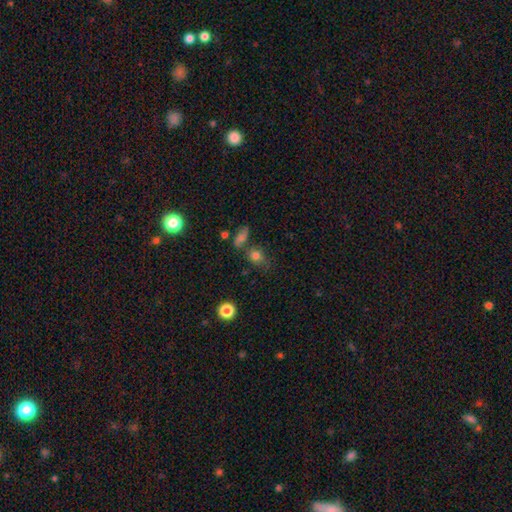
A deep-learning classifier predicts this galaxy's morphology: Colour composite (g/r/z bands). It shows a smooth galaxy with no disk features (77%) that is round (50%). Merging: none (54%).